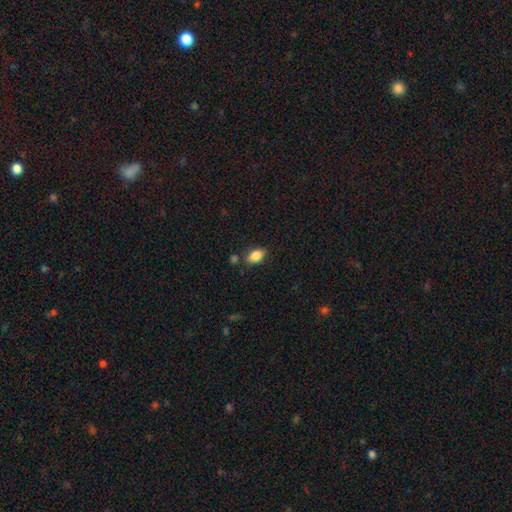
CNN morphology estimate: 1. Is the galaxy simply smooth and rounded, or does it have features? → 86% smooth, 8% star or artifact, 6% featured or disk.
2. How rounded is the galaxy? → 90% in between, 7% round, 3% cigar-shaped.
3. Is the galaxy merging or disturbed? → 78% none, 13% minor disturbance, 5% merger, 3% major disturbance.